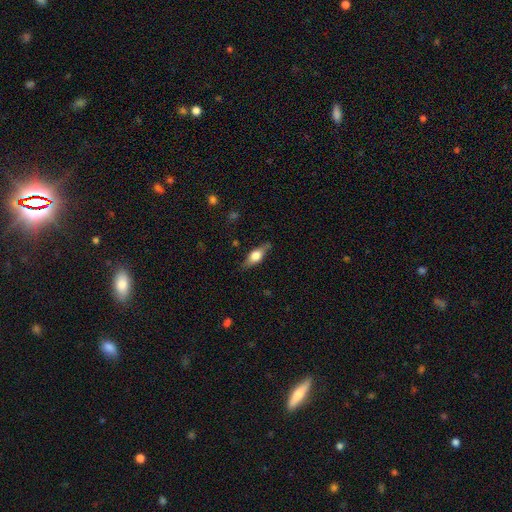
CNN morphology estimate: smooth 50%, featured or disk 43%, star or artifact 7%. Down the decision tree: how rounded — in between (65%); merging — none (79%).